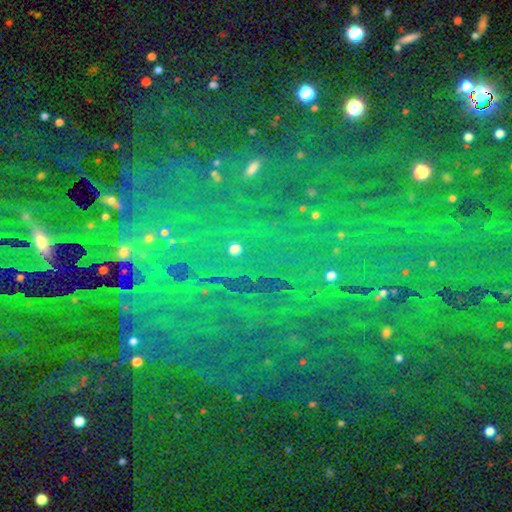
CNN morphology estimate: A star or artifact, not a galaxy (76%).

Vote fractions:
- Smooth or featured? star or artifact: 76% / smooth: 14% / featured or disk: 11%